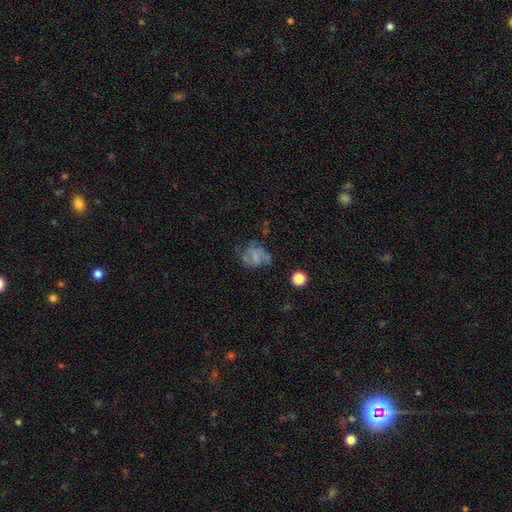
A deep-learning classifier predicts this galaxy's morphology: featured or disk 47%, smooth 39%, star or artifact 14%. Down the decision tree: merging — none (45%).